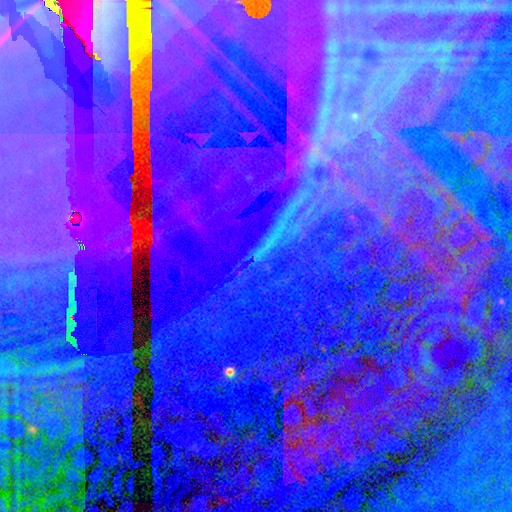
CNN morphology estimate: Smooth or featured: star or artifact — 87% (featured or disk — 7%)